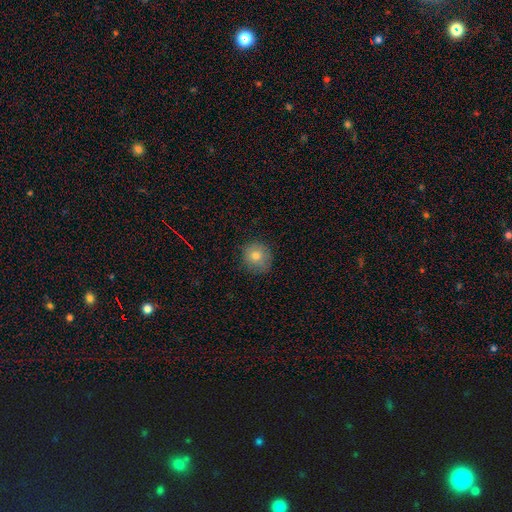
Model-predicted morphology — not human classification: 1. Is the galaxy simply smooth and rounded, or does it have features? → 77% smooth, 12% star or artifact, 11% featured or disk.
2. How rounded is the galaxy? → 89% round, 10% in between, 1% cigar-shaped.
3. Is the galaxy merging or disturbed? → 85% none, 12% minor disturbance, 3% major disturbance, 1% merger.